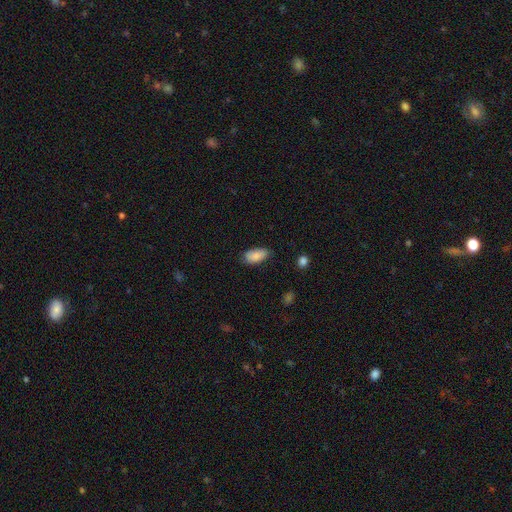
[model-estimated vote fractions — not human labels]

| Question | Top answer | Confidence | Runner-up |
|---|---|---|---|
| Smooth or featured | smooth | 85% | featured or disk (8%) |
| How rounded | in between | 93% | cigar-shaped (5%) |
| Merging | none | 77% | minor disturbance (19%) |